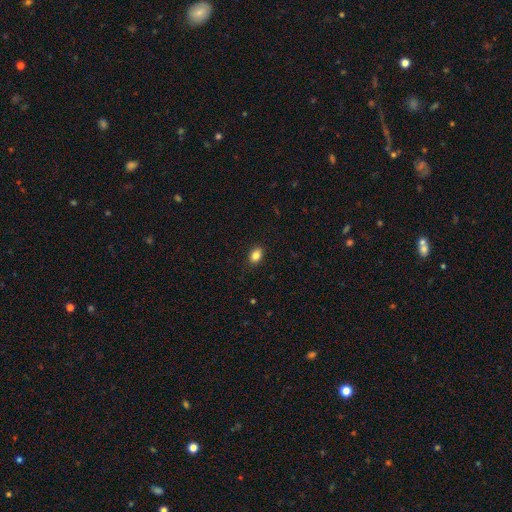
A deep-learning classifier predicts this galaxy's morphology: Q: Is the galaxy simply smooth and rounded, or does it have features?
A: smooth — 84%.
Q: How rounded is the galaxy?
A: in between — 72%.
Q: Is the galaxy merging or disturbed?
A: none — 88%.